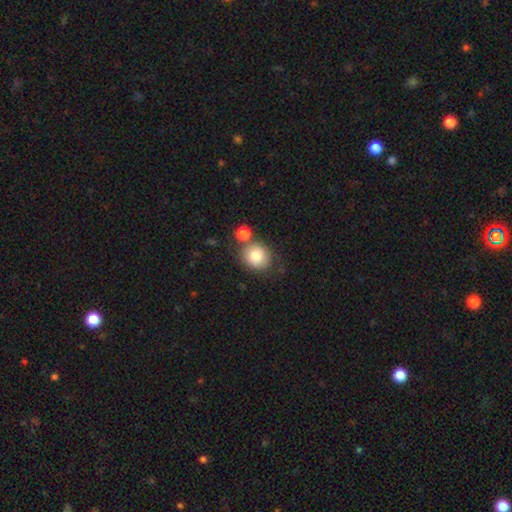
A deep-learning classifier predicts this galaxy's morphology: smooth_or_featured: smooth (p=0.81) [alt: featured or disk p=0.10]
how_rounded: round (p=0.79) [alt: in between p=0.20]
merging: none (p=0.63) [alt: merger p=0.19]